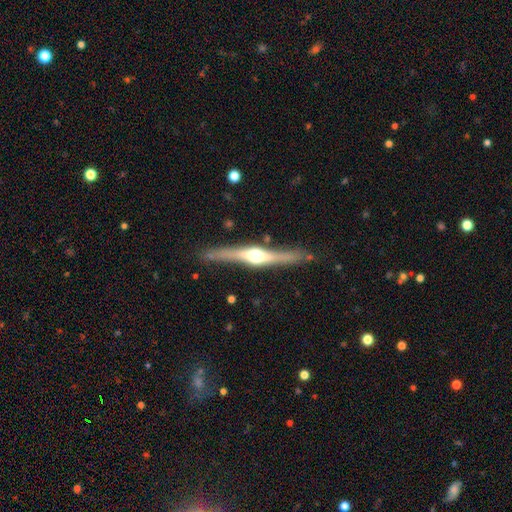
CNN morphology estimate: This is clearly a featured or disk galaxy (80%). It is clearly viewed edge-on (98%). Edge-on bulge: clearly rounded (94%). Merging: clearly none (85%).